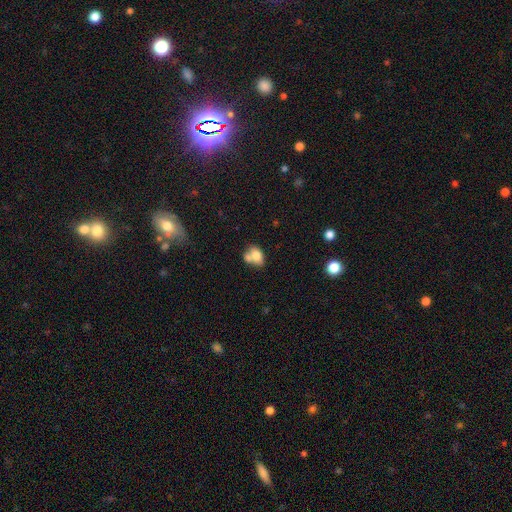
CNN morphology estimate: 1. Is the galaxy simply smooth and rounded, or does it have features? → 76% smooth, 16% featured or disk, 8% star or artifact.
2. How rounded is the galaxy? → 73% in between, 25% round, 1% cigar-shaped.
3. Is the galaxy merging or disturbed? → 50% merger, 33% none, 12% minor disturbance, 5% major disturbance.